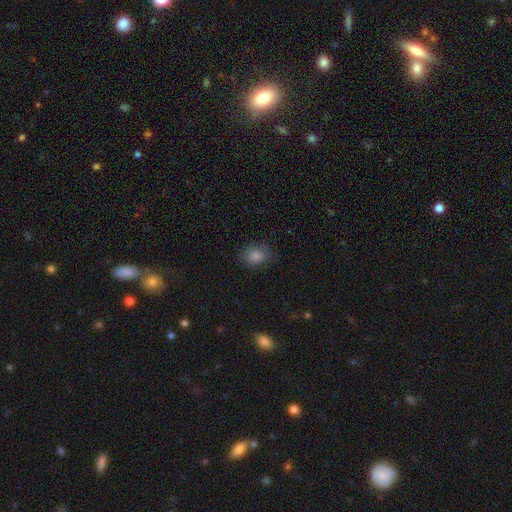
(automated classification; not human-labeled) smooth_or_featured: smooth (p=0.78) [alt: star or artifact p=0.14]
how_rounded: in between (p=0.50) [alt: round p=0.49]
merging: none (p=0.81) [alt: minor disturbance p=0.14]